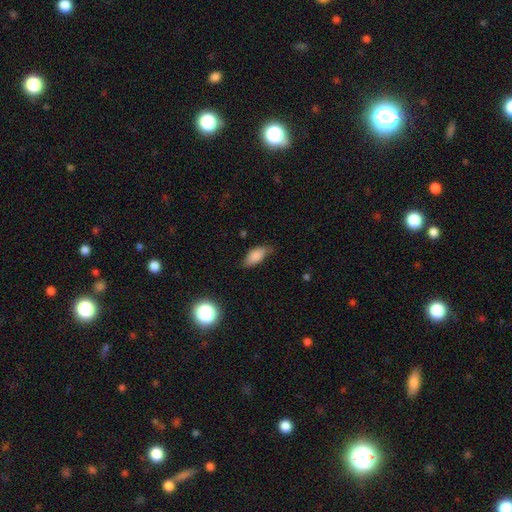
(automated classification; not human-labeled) A smooth galaxy with no disk features (83%) that is in between round and cigar-shaped (86%).

Vote fractions:
- Smooth or featured? smooth: 83% / featured or disk: 9% / star or artifact: 8%
- How rounded? in between: 86% / cigar-shaped: 11% / round: 3%
- Merging? none: 66% / minor disturbance: 27% / major disturbance: 5% / merger: 2%